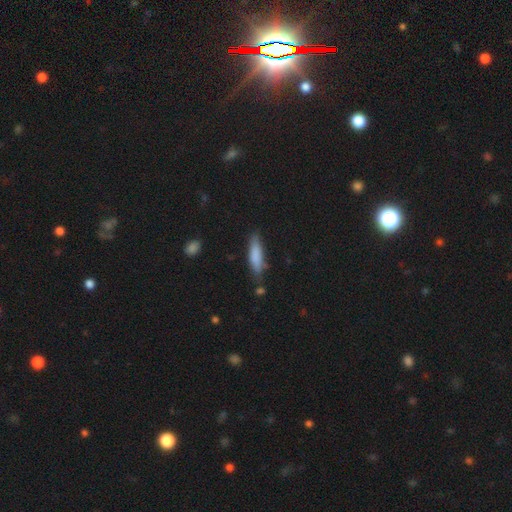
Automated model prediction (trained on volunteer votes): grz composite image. It shows a smooth galaxy with no disk features (80%) that is cigar-shaped (71%). Merging: none (72%).